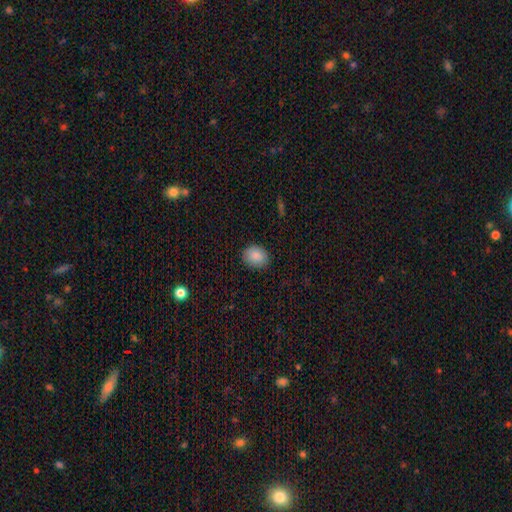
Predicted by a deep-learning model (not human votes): A smooth galaxy with no disk features (87%) that is in between round and cigar-shaped (52%).

Vote fractions:
- Smooth or featured? smooth: 87% / star or artifact: 8% / featured or disk: 5%
- How rounded? in between: 52% / round: 47% / cigar-shaped: 1%
- Merging? none: 88% / minor disturbance: 9% / major disturbance: 2% / merger: 1%